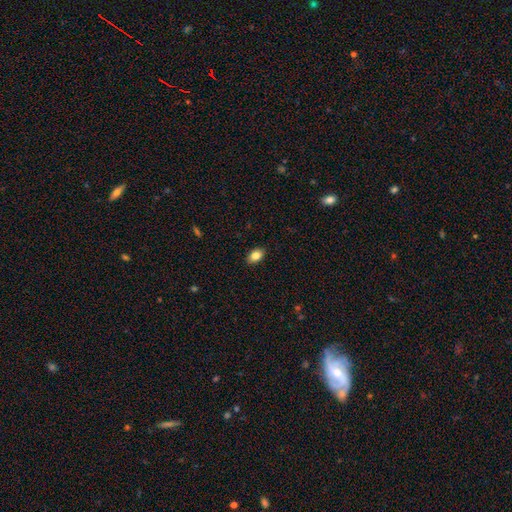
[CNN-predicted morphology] A smooth galaxy with no disk features (83%) that is in between round and cigar-shaped (88%).

Vote fractions:
- Smooth or featured? smooth: 83% / star or artifact: 9% / featured or disk: 8%
- How rounded? in between: 88% / round: 11% / cigar-shaped: 2%
- Merging? none: 89% / minor disturbance: 8% / major disturbance: 2% / merger: 1%